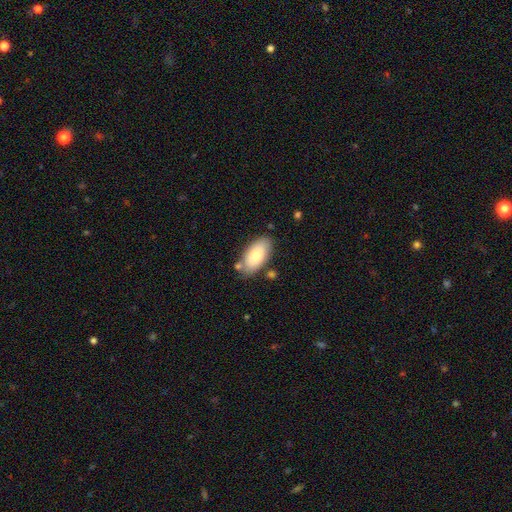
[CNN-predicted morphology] smooth-or-featured: smooth: 76% | featured or disk: 18% | star or artifact: 6%
  how-rounded: in between: 94% | cigar-shaped: 3% | round: 3%
  merging: none: 75% | minor disturbance: 15% | merger: 6% | major disturbance: 3%